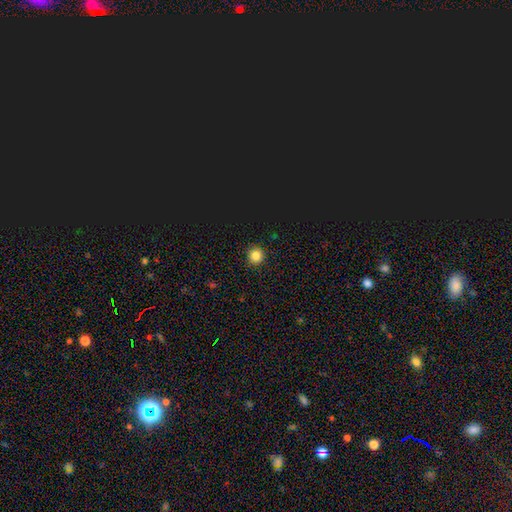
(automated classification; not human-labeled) A smooth galaxy with no disk features (81%) that is round (95%).

Vote fractions:
- Smooth or featured? smooth: 81% / star or artifact: 15% / featured or disk: 5%
- How rounded? round: 95% / in between: 4% / cigar-shaped: 1%
- Merging? none: 92% / minor disturbance: 5% / major disturbance: 2% / merger: 1%